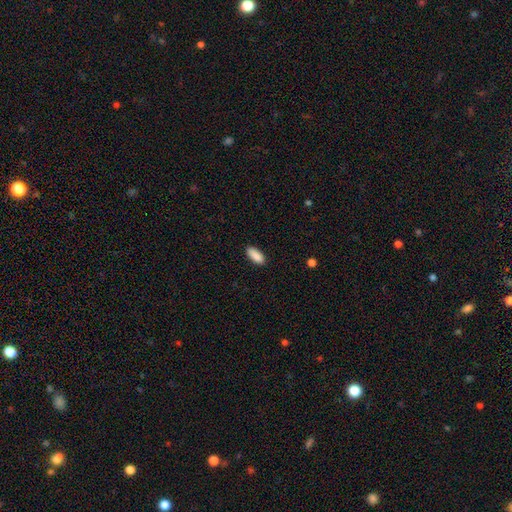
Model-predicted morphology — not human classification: The model was most divided on "how rounded": in between: 79%, cigar-shaped: 19%, round: 2%. More confident: smooth or featured — smooth (90%); merging — none (87%).